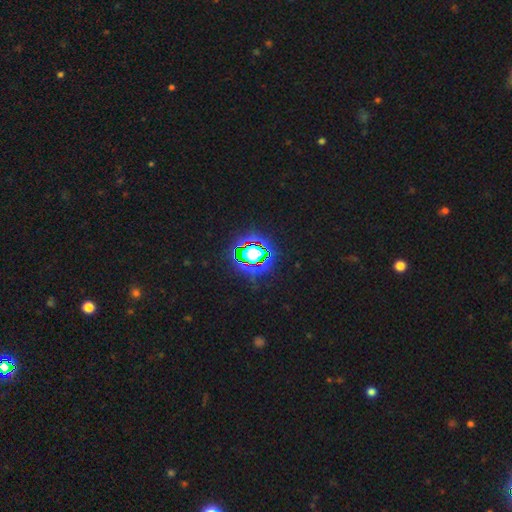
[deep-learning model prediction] Smooth or featured: star or artifact — 79% (smooth — 13%)